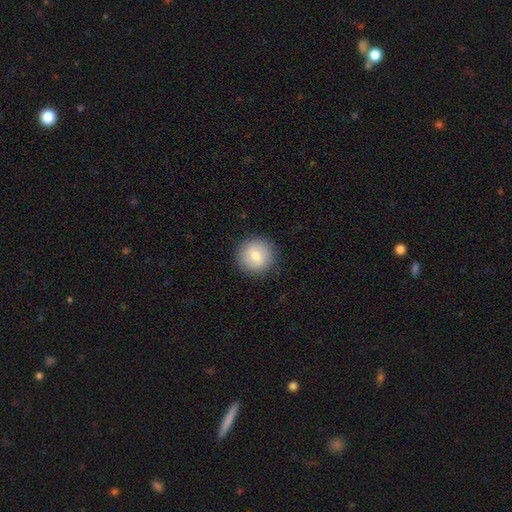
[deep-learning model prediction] Q: Smooth or featured?
A: smooth (78%); runner-up: featured or disk (14%)
Q: How rounded?
A: round (94%); runner-up: in between (5%)
Q: Merging?
A: none (89%); runner-up: minor disturbance (8%)